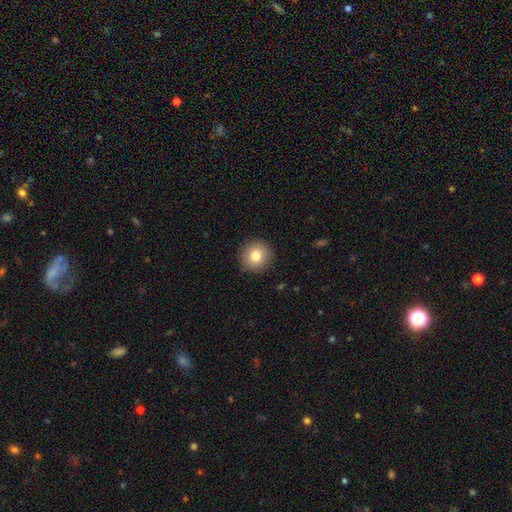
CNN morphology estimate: smooth 80%, star or artifact 10%, featured or disk 10%. Down the decision tree: how rounded — round (94%); merging — none (91%).